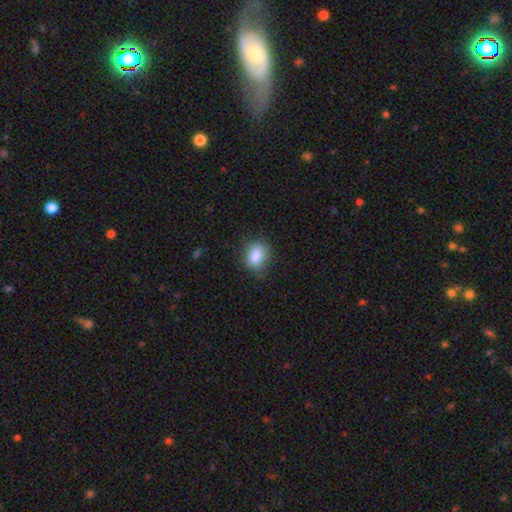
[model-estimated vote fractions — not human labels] Smooth or featured?
  - smooth: 86% *
  - star or artifact: 8%
  - featured or disk: 6%
How rounded?
  - in between: 61% *
  - round: 38%
  - cigar-shaped: 1%
Merging?
  - none: 77% *
  - minor disturbance: 18%
  - major disturbance: 4%
  - merger: 1%